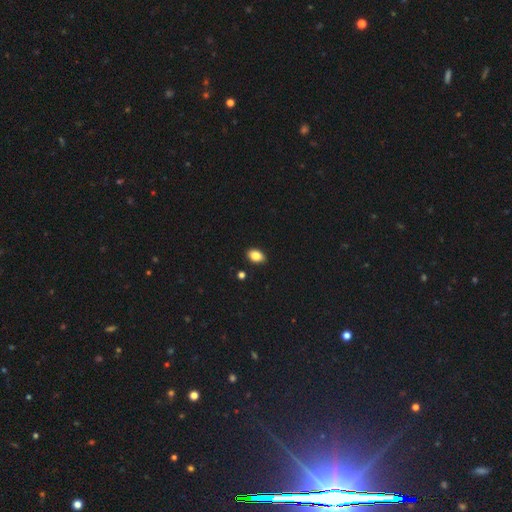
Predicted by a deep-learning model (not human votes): A smooth galaxy with no disk features (86%) that is in between round and cigar-shaped (85%).

Vote fractions:
- Smooth or featured? smooth: 86% / star or artifact: 9% / featured or disk: 6%
- How rounded? in between: 85% / round: 13% / cigar-shaped: 1%
- Merging? none: 88% / minor disturbance: 9% / major disturbance: 2% / merger: 1%